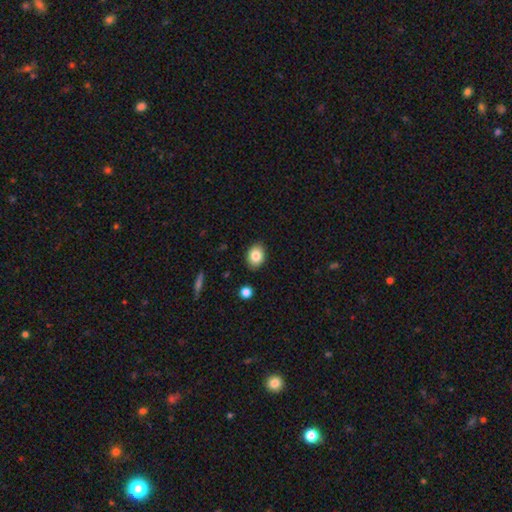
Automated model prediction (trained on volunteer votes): Smooth or featured?
  - smooth: 84% *
  - star or artifact: 8%
  - featured or disk: 8%
How rounded?
  - in between: 68% *
  - round: 31%
  - cigar-shaped: 1%
Merging?
  - none: 88% *
  - minor disturbance: 9%
  - major disturbance: 2%
  - merger: 1%